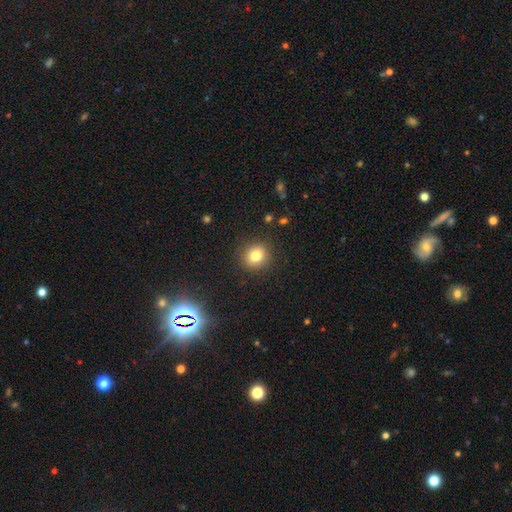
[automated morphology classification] Overall: smooth (80%). How rounded: round (87%). Merging: none (89%).